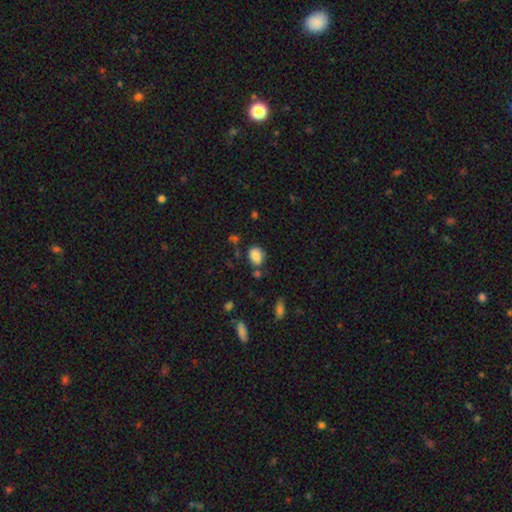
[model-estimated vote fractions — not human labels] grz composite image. It shows a smooth galaxy with no disk features (84%) that is in between round and cigar-shaped (62%). Merging: none (68%).